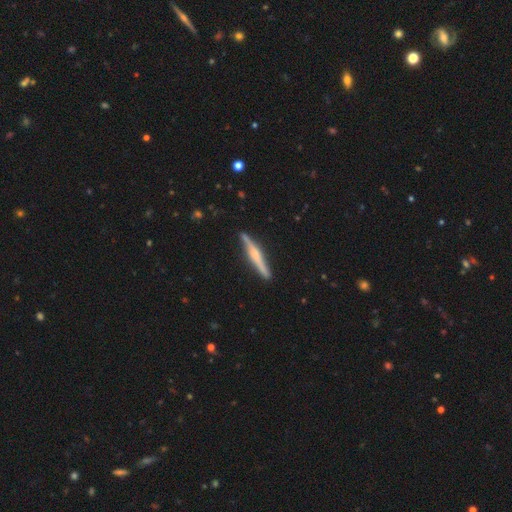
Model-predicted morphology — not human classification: Smooth or featured? featured or disk (68%)
Edge-on disk? yes (97%)
Edge-on bulge? rounded (69%)
Merging? none (88%)